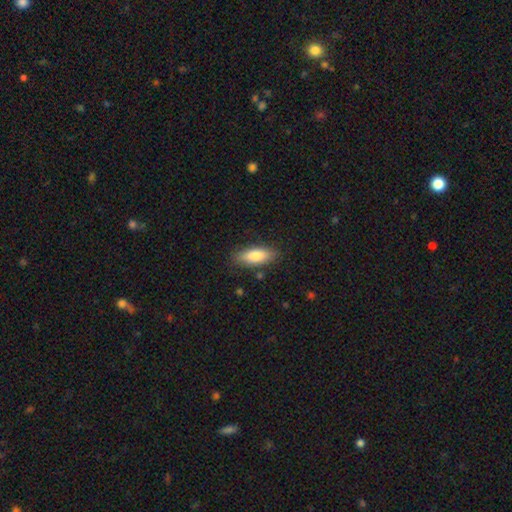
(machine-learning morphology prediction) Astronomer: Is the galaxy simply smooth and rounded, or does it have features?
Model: smooth — 80%.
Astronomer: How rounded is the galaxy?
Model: in between — 72%.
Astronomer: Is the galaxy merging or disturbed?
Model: none — 83%.